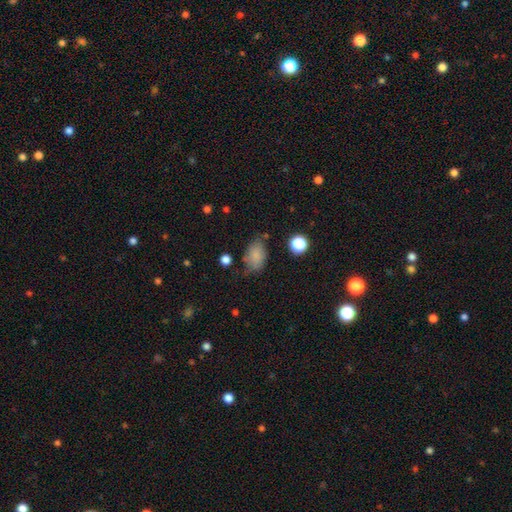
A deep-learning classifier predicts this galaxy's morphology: Q: Smooth or featured?
A: smooth (81%); runner-up: star or artifact (10%)
Q: How rounded?
A: in between (84%); runner-up: round (14%)
Q: Merging?
A: none (58%); runner-up: minor disturbance (29%)